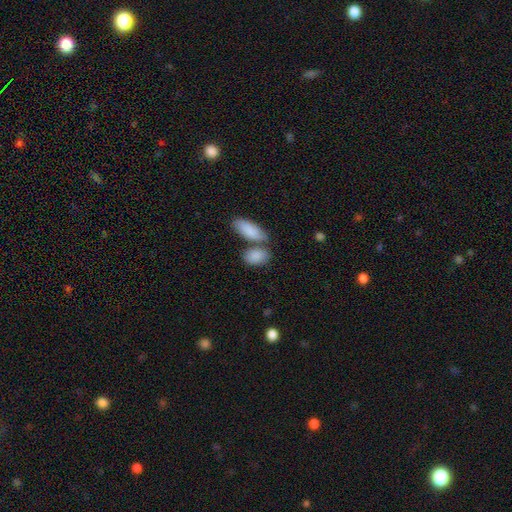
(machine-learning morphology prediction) A smooth galaxy with no disk features (87%) that is in between round and cigar-shaped (87%).

Vote fractions:
- Smooth or featured? smooth: 87% / featured or disk: 7% / star or artifact: 6%
- How rounded? in between: 87% / round: 9% / cigar-shaped: 4%
- Merging? none: 50% / merger: 33% / minor disturbance: 13% / major disturbance: 4%